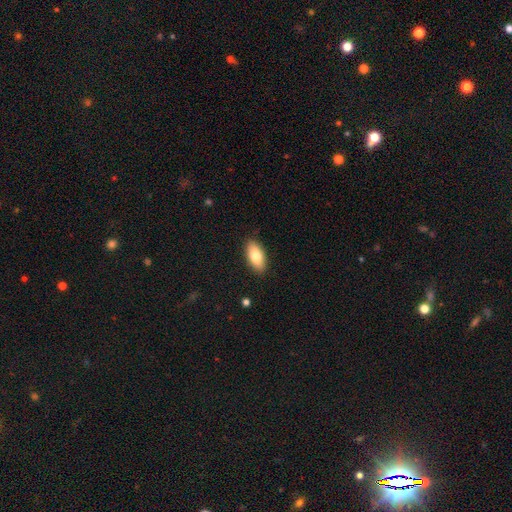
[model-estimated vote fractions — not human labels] This is likely a smooth galaxy (78%). How rounded: clearly in between (89%). Merging: clearly none (89%).